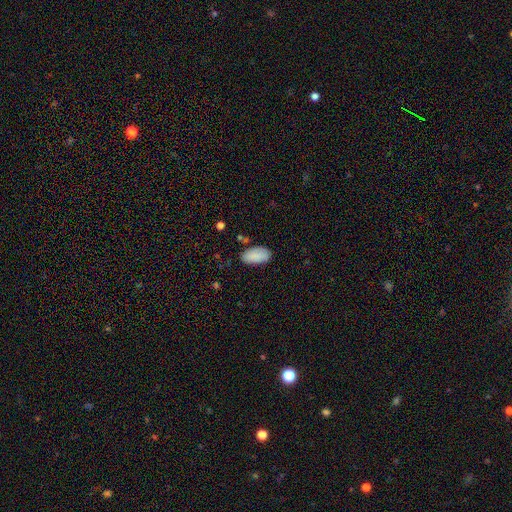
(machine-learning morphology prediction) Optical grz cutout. It shows a smooth galaxy with no disk features (88%) that is in between round and cigar-shaped (95%). Merging: none (79%).